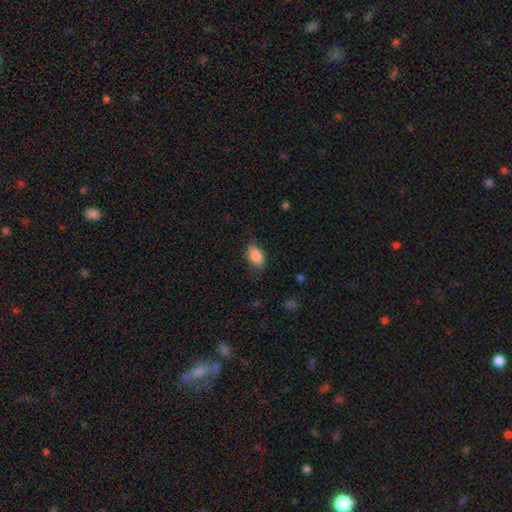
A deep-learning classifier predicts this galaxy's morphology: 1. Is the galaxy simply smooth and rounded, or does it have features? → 86% smooth, 7% star or artifact, 6% featured or disk.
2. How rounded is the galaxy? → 90% in between, 7% round, 3% cigar-shaped.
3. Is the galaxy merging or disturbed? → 73% none, 21% minor disturbance, 5% major disturbance, 1% merger.